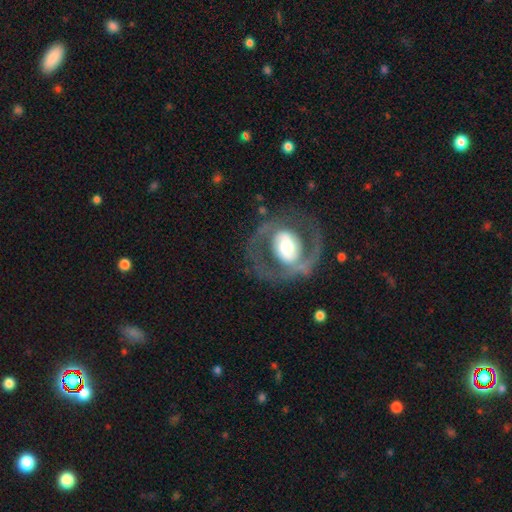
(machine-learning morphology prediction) Smooth or featured: featured or disk — 83% (smooth — 11%)
Edge-on disk: no — 96% (yes — 4%)
Bar: no — 37% (weak — 34%)
Spiral arms: yes — 80% (no — 20%)
Spiral winding: medium — 49% (tight — 35%)
Spiral arm count: 2 — 86% (can't tell — 6%)
Bulge size: moderate — 55% (large — 27%)
Merging: none — 77% (minor disturbance — 12%)